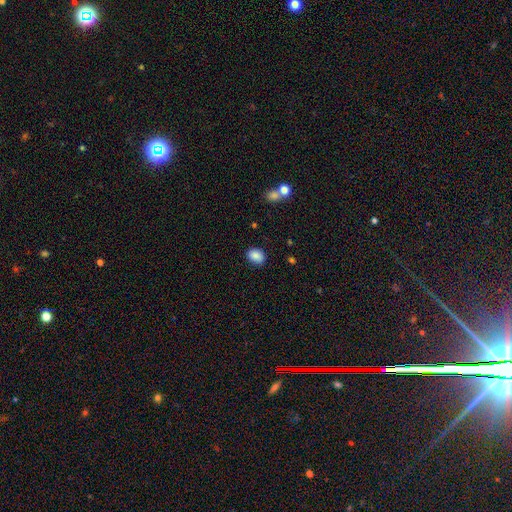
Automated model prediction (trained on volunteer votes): Overall: smooth (87%). How rounded: in between (68%; round 31%). Merging: none (82%).